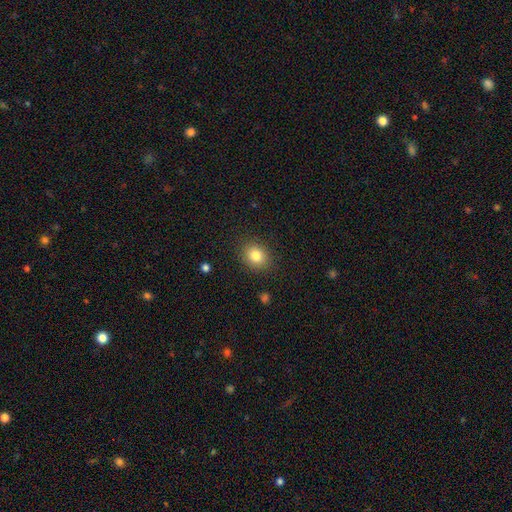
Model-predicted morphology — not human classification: Smooth or featured? smooth (81%)
How rounded? round (65%)
Merging? none (88%)